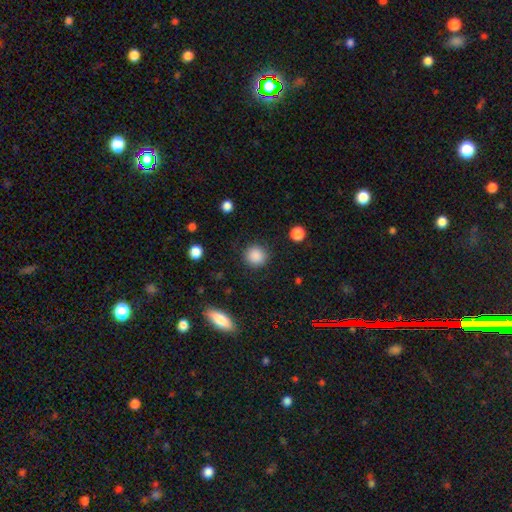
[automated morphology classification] smooth 87%, star or artifact 9%, featured or disk 3%. Down the decision tree: how rounded — round (91%); merging — none (88%).